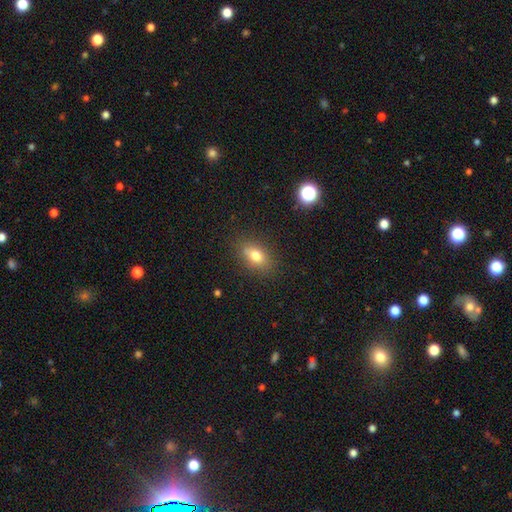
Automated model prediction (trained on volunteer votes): smooth_or_featured: smooth (p=0.75) [alt: featured or disk p=0.13]
how_rounded: in between (p=0.79) [alt: round p=0.16]
merging: none (p=0.83) [alt: minor disturbance p=0.12]